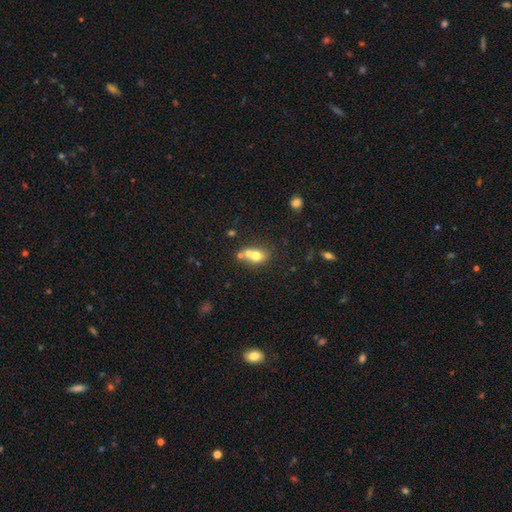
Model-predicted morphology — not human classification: Smooth or featured? smooth (68%)
How rounded? in between (57%)
Merging? merger (50%)